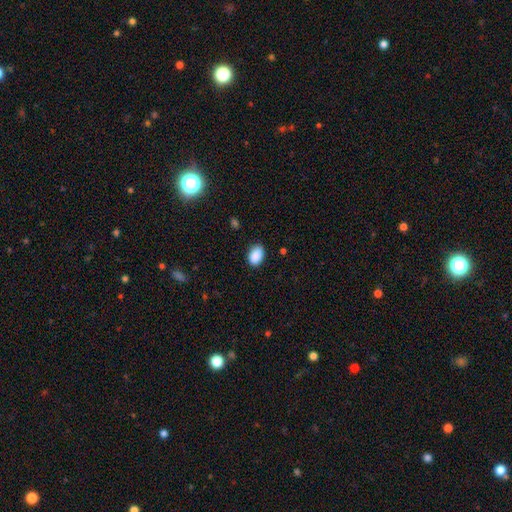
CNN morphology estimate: smooth 90%, star or artifact 7%, featured or disk 3%. Down the decision tree: how rounded — in between (84%); merging — none (85%).